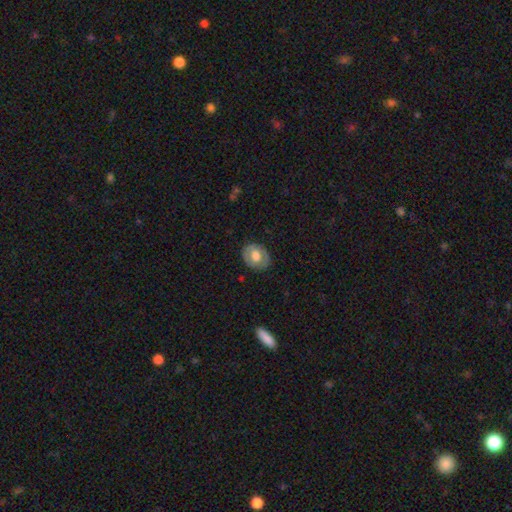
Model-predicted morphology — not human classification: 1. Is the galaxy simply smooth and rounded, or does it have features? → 58% smooth, 35% featured or disk, 7% star or artifact.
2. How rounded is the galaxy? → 53% in between, 46% round, 1% cigar-shaped.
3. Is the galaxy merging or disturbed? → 82% none, 13% minor disturbance, 4% major disturbance, 1% merger.